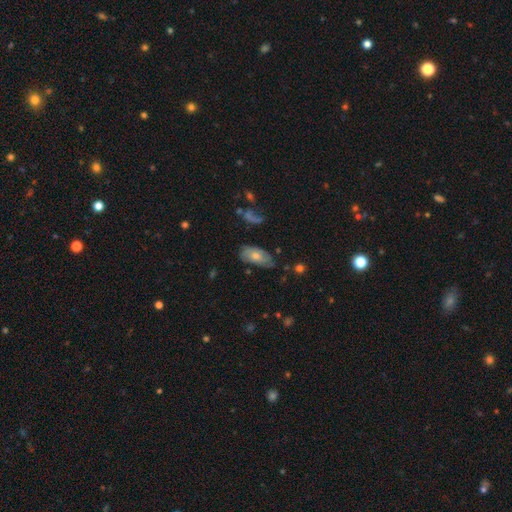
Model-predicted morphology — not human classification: Smooth or featured? Predicted: smooth (p=0.56). How rounded? Predicted: in between (p=0.90). Merging? Predicted: none (p=0.59).